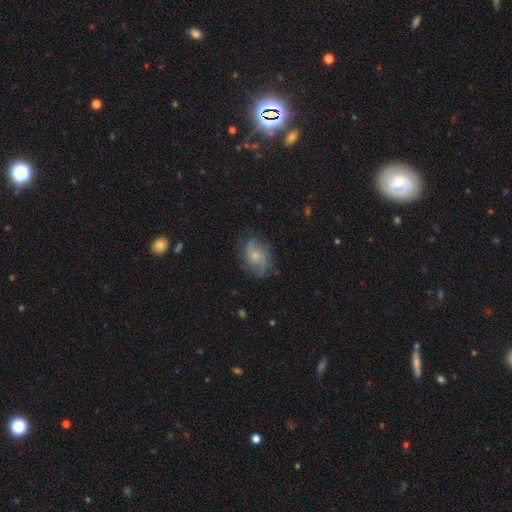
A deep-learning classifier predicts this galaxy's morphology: This is likely a featured or disk galaxy (63%). It is clearly not viewed edge-on (97%). Bar: likely no (73%). Spiral arm pattern: clearly yes (89%). Spiral arm count: likely 2 (70%). Spiral winding: marginally medium (44%). Central bulge: likely small (66%). Merging: likely none (70%).